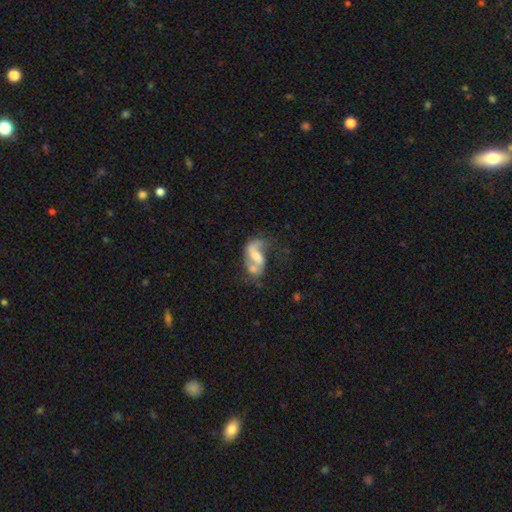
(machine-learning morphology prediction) Smooth or featured? Predicted: featured or disk (p=0.67). Edge-on disk? Predicted: no (p=0.96). Bar? Predicted: weak (p=0.40). Spiral arms? Predicted: yes (p=0.77). Bulge size? Predicted: moderate (p=0.39). Merging? Predicted: merger (p=0.32).